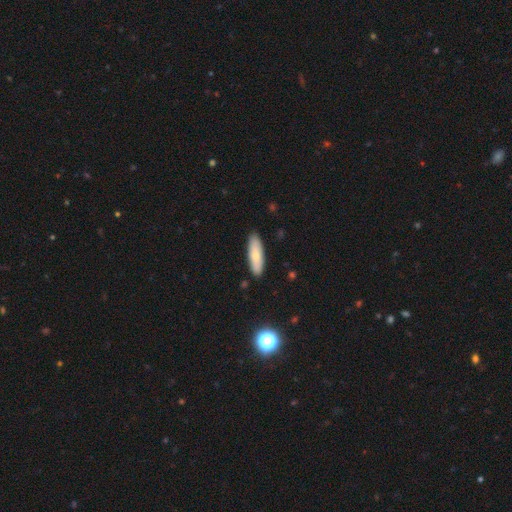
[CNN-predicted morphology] Smooth or featured: smooth — 76% (featured or disk — 19%)
How rounded: cigar-shaped — 51% (in between — 47%)
Merging: none — 88% (minor disturbance — 10%)